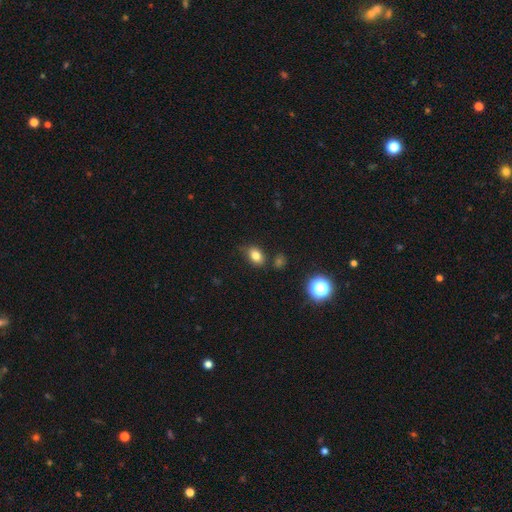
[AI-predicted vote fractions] Smooth or featured? Predicted: smooth (p=0.80). How rounded? Predicted: in between (p=0.76). Merging? Predicted: none (p=0.74).